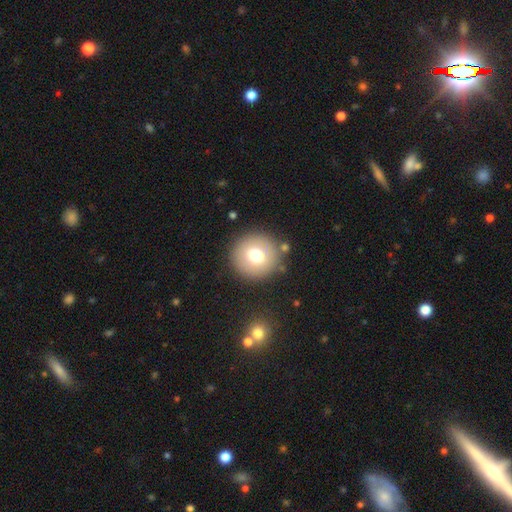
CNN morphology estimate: smooth-or-featured: smooth: 71% | featured or disk: 17% | star or artifact: 12%
  how-rounded: round: 95% | in between: 4% | cigar-shaped: 1%
  merging: none: 86% | minor disturbance: 7% | major disturbance: 4% | merger: 3%